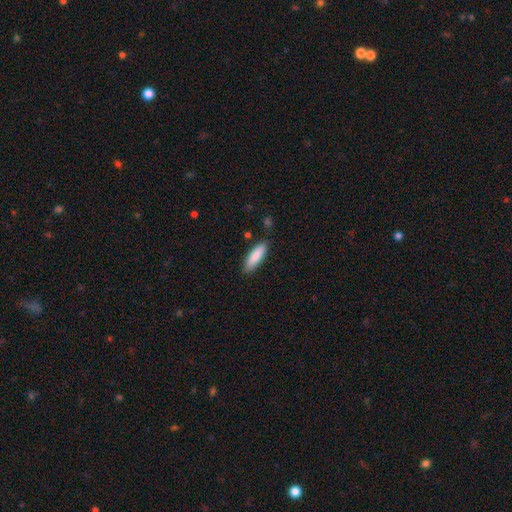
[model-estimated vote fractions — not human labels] smooth-or-featured: smooth: 85% | featured or disk: 9% | star or artifact: 6%
  how-rounded: cigar-shaped: 51% | in between: 47% | round: 2%
  merging: none: 84% | minor disturbance: 12% | major disturbance: 2% | merger: 2%